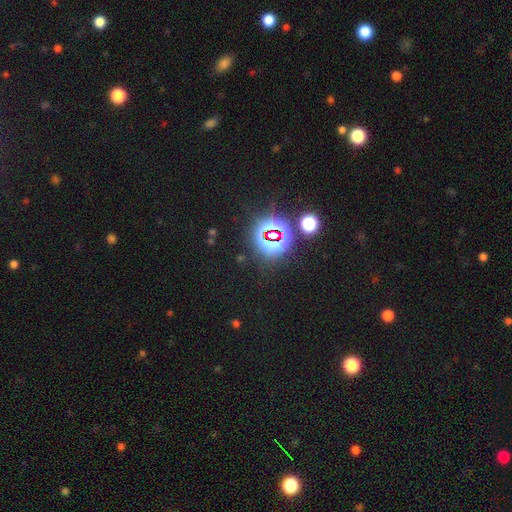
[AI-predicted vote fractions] The model was most divided on "smooth or featured": star or artifact: 81%, smooth: 12%, featured or disk: 7%.